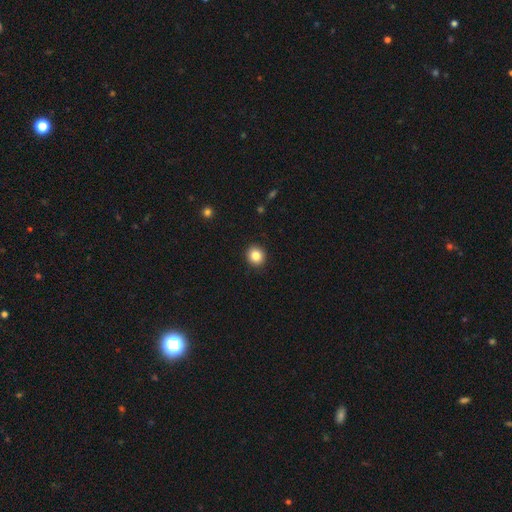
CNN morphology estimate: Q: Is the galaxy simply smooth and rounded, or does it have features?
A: smooth — 84%.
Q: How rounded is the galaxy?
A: round — 84%.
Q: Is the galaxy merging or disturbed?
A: none — 92%.